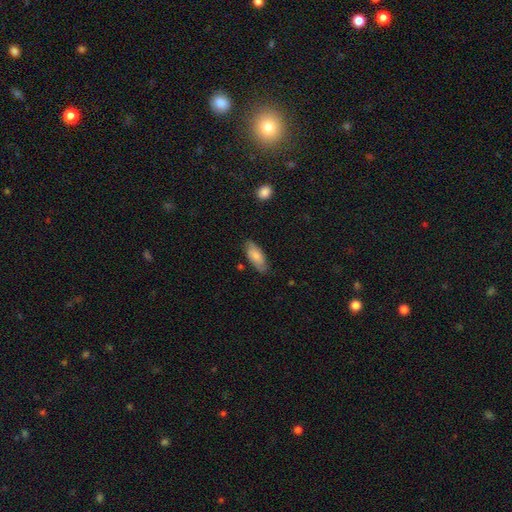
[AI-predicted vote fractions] smooth-or-featured: smooth: 77% | featured or disk: 17% | star or artifact: 6%
  how-rounded: in between: 82% | cigar-shaped: 16% | round: 2%
  merging: none: 78% | minor disturbance: 17% | major disturbance: 3% | merger: 2%